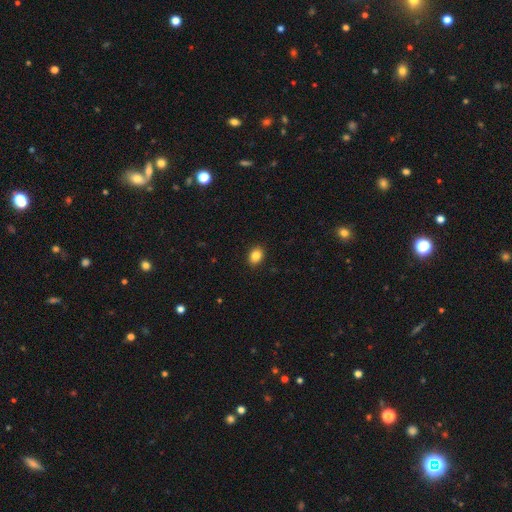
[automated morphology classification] type=smooth (86%); roundness=in between (56%); merging=none (90%).